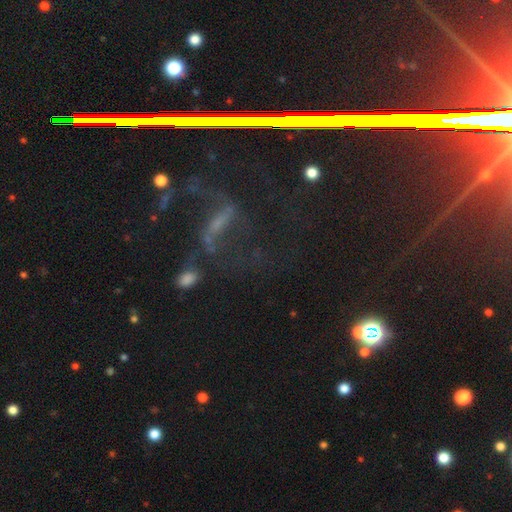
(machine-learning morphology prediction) A featured or disk galaxy (50%). Merging: none (56%).